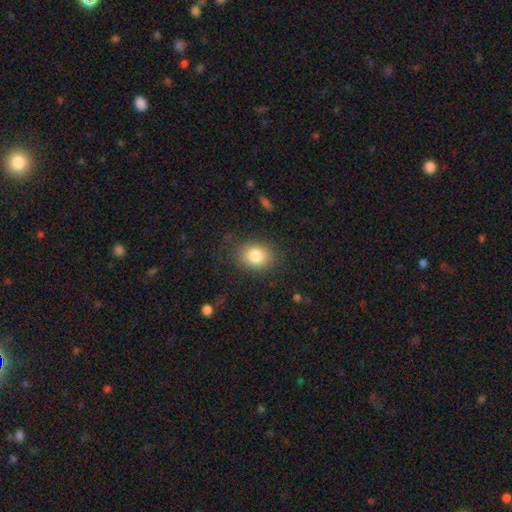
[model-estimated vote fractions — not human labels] A smooth galaxy with no disk features (83%) that is in between round and cigar-shaped (50%). Merging: none (80%).